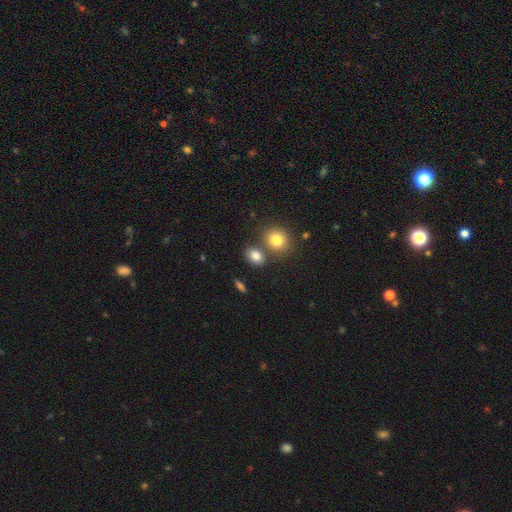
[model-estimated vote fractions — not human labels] Smooth or featured?
  - smooth: 83% *
  - star or artifact: 10%
  - featured or disk: 7%
How rounded?
  - in between: 54% *
  - round: 44%
  - cigar-shaped: 2%
Merging?
  - none: 64% *
  - merger: 21%
  - minor disturbance: 11%
  - major disturbance: 4%